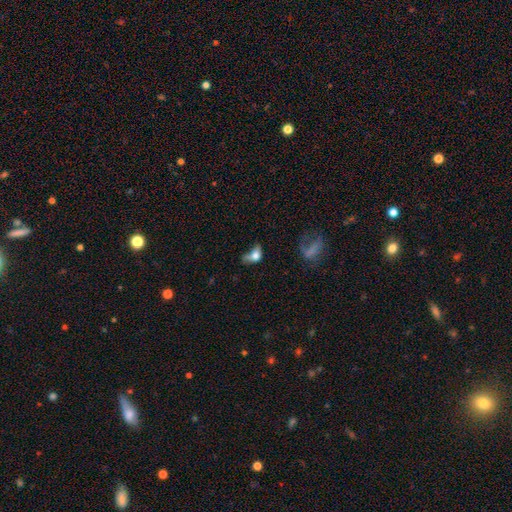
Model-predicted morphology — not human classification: Smooth or featured? Predicted: smooth (p=0.64). How rounded? Predicted: in between (p=0.78). Merging? Predicted: major disturbance (p=0.46).